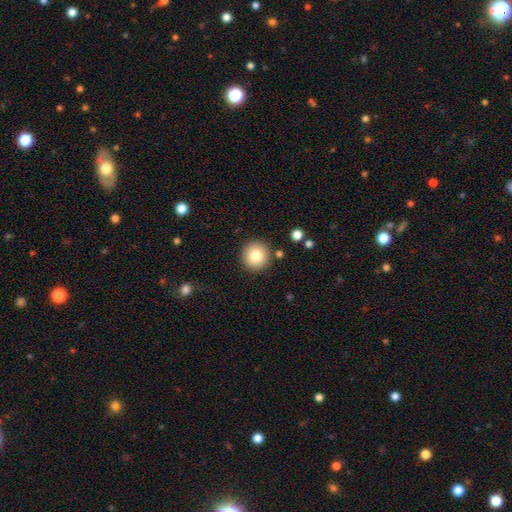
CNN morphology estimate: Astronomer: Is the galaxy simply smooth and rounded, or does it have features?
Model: smooth — 80%.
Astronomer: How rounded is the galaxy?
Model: round — 96%.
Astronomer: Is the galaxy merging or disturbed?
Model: none — 89%.